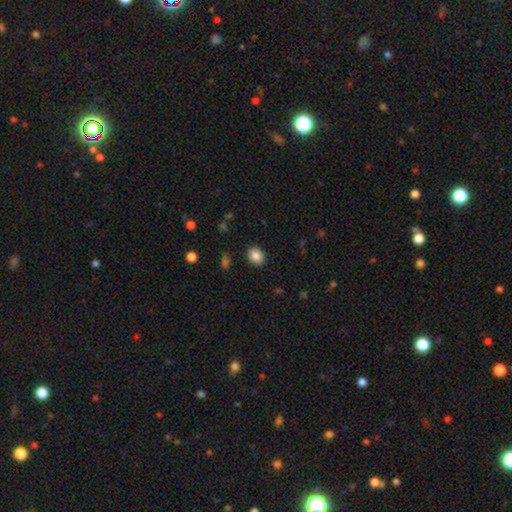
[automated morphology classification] A smooth galaxy with no disk features (86%) that is round (58%). Merging: none (89%).